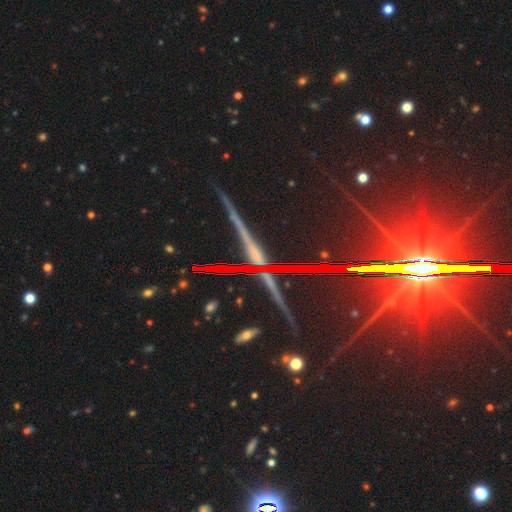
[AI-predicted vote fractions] Q: Smooth or featured?
A: star or artifact (58%); runner-up: featured or disk (33%)